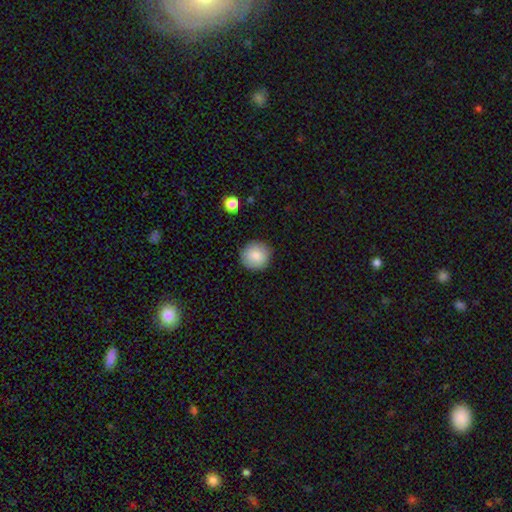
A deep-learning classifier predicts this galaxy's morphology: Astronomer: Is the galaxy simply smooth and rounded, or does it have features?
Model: smooth — 85%.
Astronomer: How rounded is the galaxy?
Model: round — 93%.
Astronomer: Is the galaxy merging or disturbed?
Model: none — 89%.